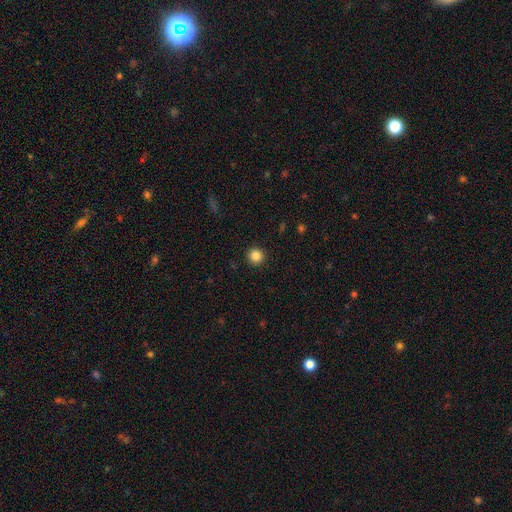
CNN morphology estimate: The model was most divided on "smooth or featured": smooth: 85%, star or artifact: 11%, featured or disk: 4%. More confident: how rounded — round (95%); merging — none (93%).